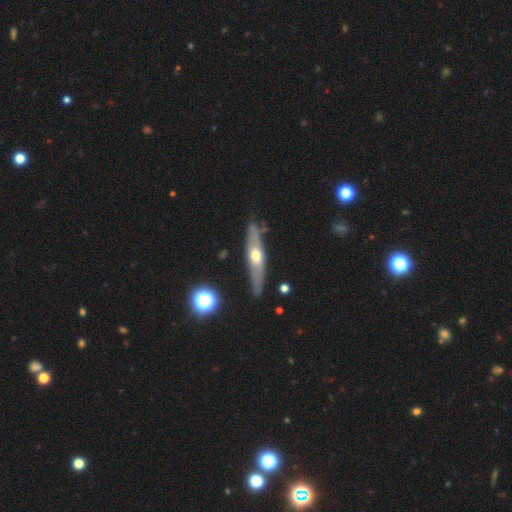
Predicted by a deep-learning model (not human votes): This appears to be a featured or disk galaxy (63%) viewed edge-on (78%). Merging: none (81%).